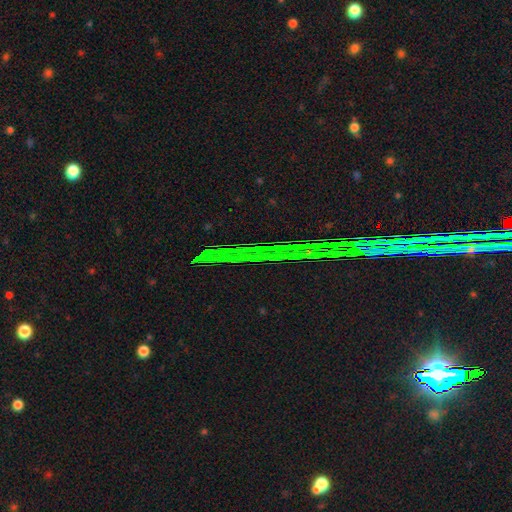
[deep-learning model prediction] This is clearly a star or artifact rather than a galaxy (83%).